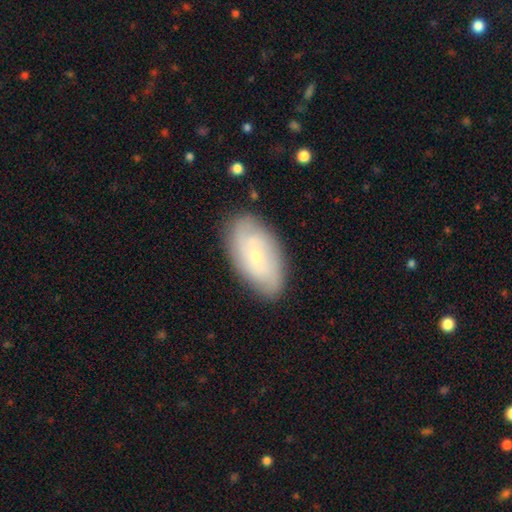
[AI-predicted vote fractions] A featured or disk galaxy (55%) with no bar (72%), spiral arms (78%) and a small central bulge (70%). Merging: none (81%).